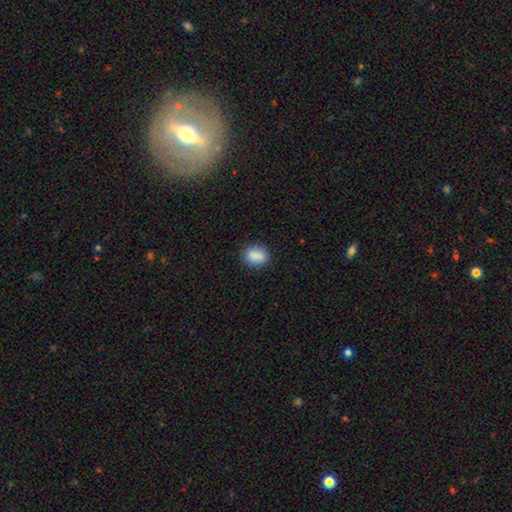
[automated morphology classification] smooth-or-featured: smooth: 86% | star or artifact: 9% | featured or disk: 6%
  how-rounded: in between: 61% | round: 37% | cigar-shaped: 2%
  merging: none: 83% | minor disturbance: 12% | major disturbance: 3% | merger: 2%